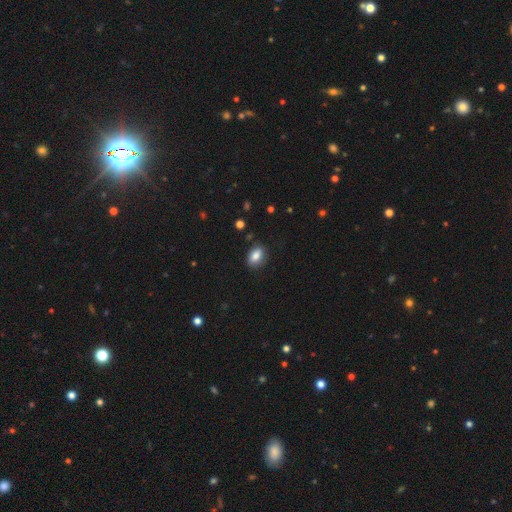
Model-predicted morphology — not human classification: The model was most divided on "merging": none: 82%, minor disturbance: 14%, major disturbance: 3%, merger: 2%. More confident: how rounded — in between (85%); smooth or featured — smooth (84%).